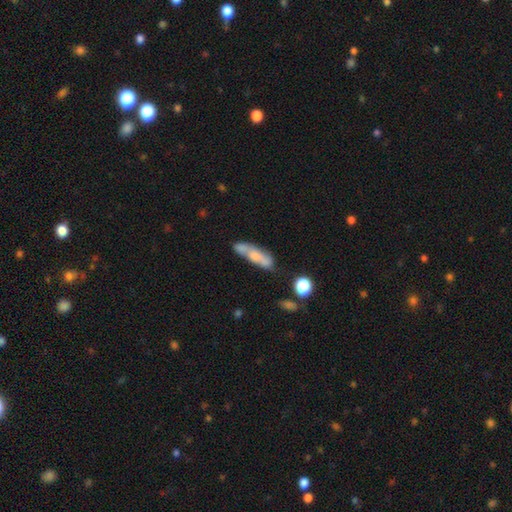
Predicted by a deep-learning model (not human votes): A smooth galaxy with no disk features (51%) that is cigar-shaped (56%).

Vote fractions:
- Smooth or featured? smooth: 51% / featured or disk: 40% / star or artifact: 8%
- How rounded? cigar-shaped: 56% / in between: 41% / round: 3%
- Merging? none: 52% / minor disturbance: 23% / merger: 16% / major disturbance: 9%